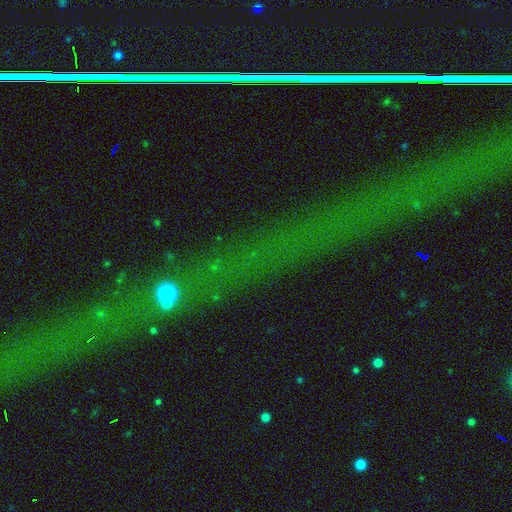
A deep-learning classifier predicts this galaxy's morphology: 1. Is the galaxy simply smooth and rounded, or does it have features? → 67% star or artifact, 18% featured or disk, 15% smooth.